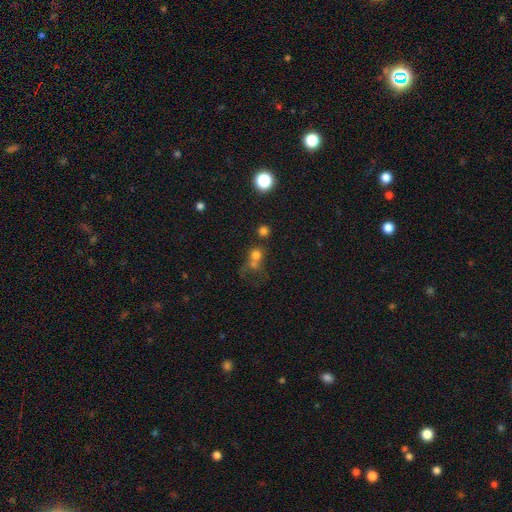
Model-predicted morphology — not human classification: smooth 68%, star or artifact 19%, featured or disk 13%. Down the decision tree: how rounded — round (80%); merging — merger (45%).